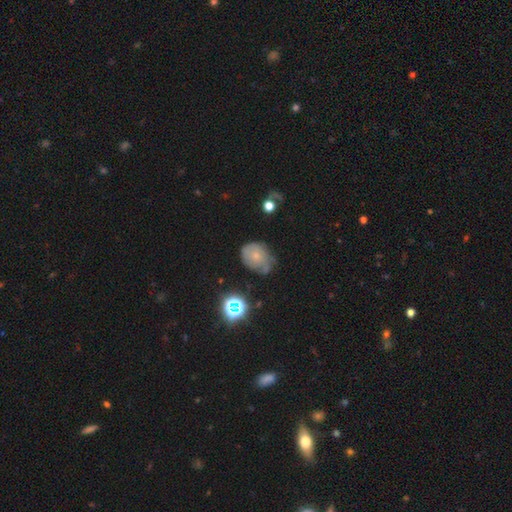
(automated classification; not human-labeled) Smooth or featured? Predicted: smooth (p=0.54). How rounded? Predicted: in between (p=0.55). Merging? Predicted: none (p=0.45).